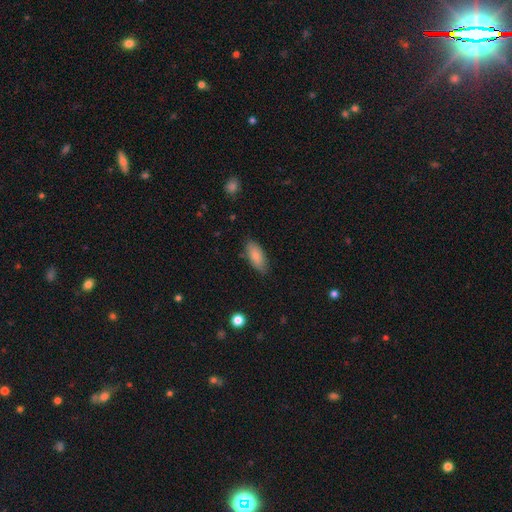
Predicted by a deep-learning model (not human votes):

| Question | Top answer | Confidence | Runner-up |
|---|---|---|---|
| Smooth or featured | smooth | 85% | featured or disk (9%) |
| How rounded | in between | 84% | cigar-shaped (14%) |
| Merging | none | 80% | minor disturbance (15%) |